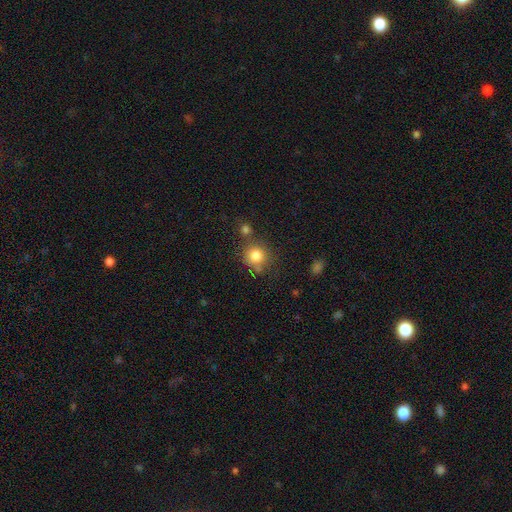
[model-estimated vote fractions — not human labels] Smooth or featured?
  - smooth: 81% *
  - star or artifact: 11%
  - featured or disk: 7%
How rounded?
  - round: 90% *
  - in between: 9%
  - cigar-shaped: 1%
Merging?
  - none: 70% *
  - merger: 14%
  - minor disturbance: 12%
  - major disturbance: 4%